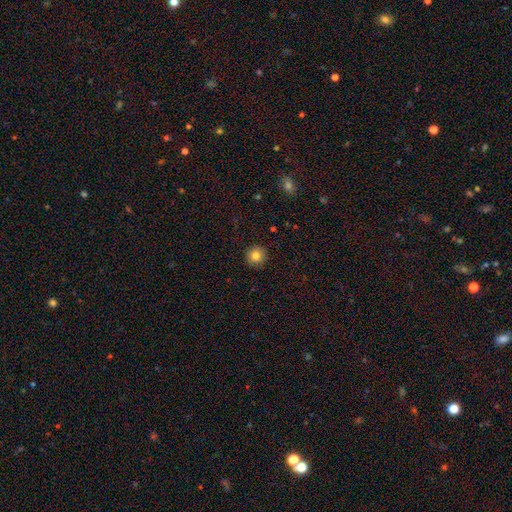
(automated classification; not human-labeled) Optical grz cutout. It shows a smooth galaxy with no disk features (82%) that is round (94%). Merging: none (91%).